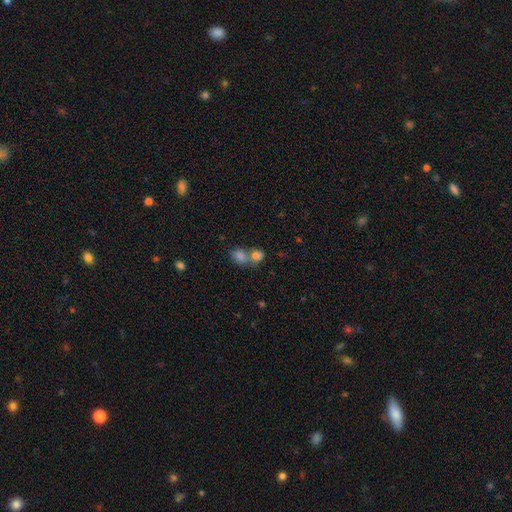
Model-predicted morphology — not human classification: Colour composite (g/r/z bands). It shows a smooth galaxy with no disk features (79%) that is in between round and cigar-shaped (56%). Merging: merger (66%).